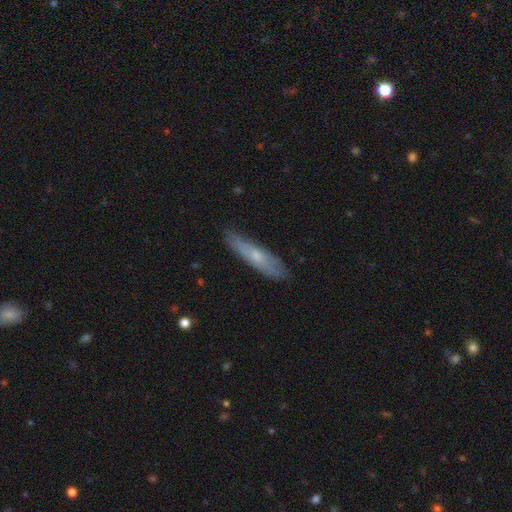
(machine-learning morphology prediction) Smooth or featured? Predicted: smooth (p=0.47). Merging? Predicted: none (p=0.78).